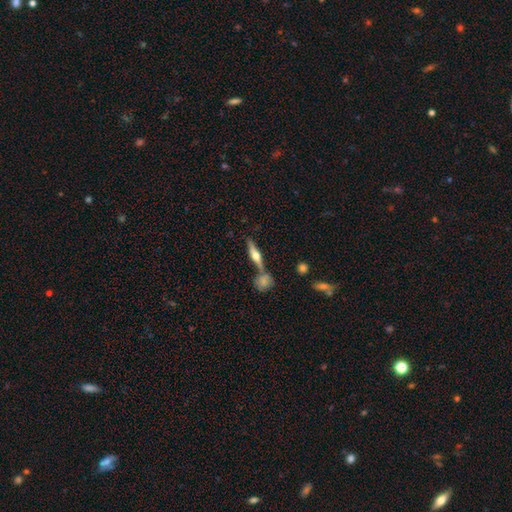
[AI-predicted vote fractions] A featured or disk galaxy (67%) viewed edge-on (96%) with a rounded central bulge (94%). Merging: none (74%).